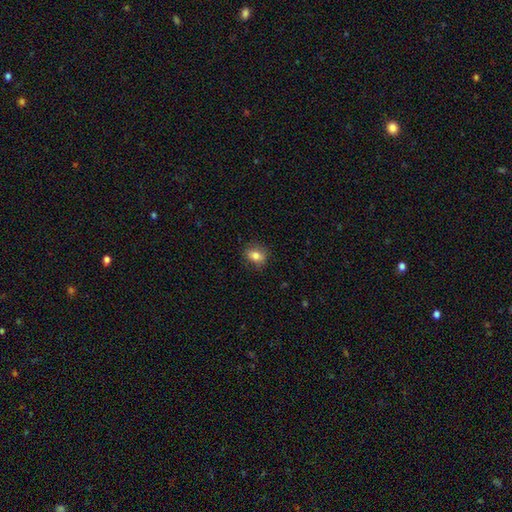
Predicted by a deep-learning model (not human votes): Morphology: type=smooth (78%); roundness=in between (58%); merging=none (80%).